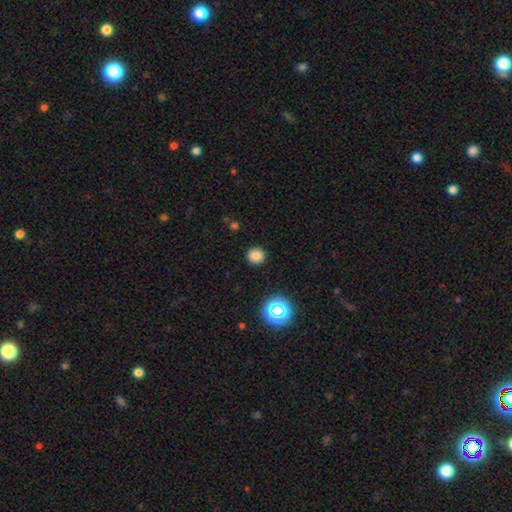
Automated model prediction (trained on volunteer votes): smooth_or_featured: smooth (p=0.80) [alt: star or artifact p=0.16]
how_rounded: round (p=0.85) [alt: in between p=0.14]
merging: none (p=0.90) [alt: minor disturbance p=0.07]